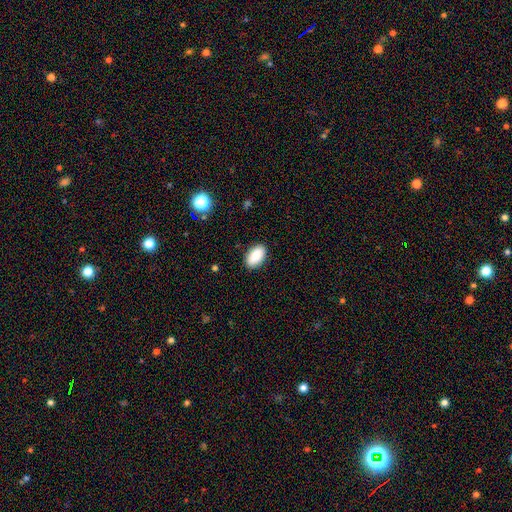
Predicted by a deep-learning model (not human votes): Morphology: type=smooth (86%); roundness=in between (94%); merging=none (87%).